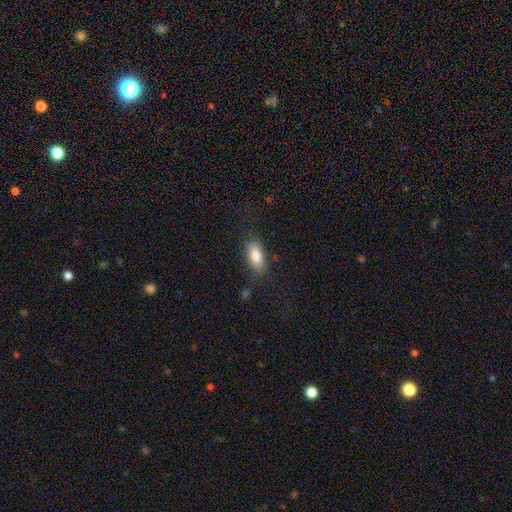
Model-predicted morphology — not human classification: Smooth or featured? Predicted: smooth (p=0.81). How rounded? Predicted: in between (p=0.84). Merging? Predicted: none (p=0.77).